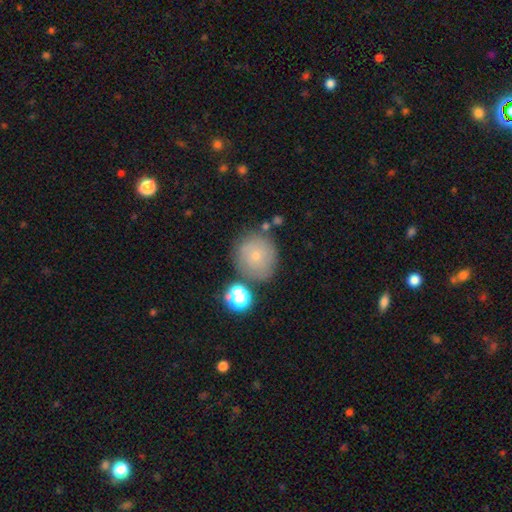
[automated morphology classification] type=smooth (60%); roundness=round (91%); merging=none (72%).